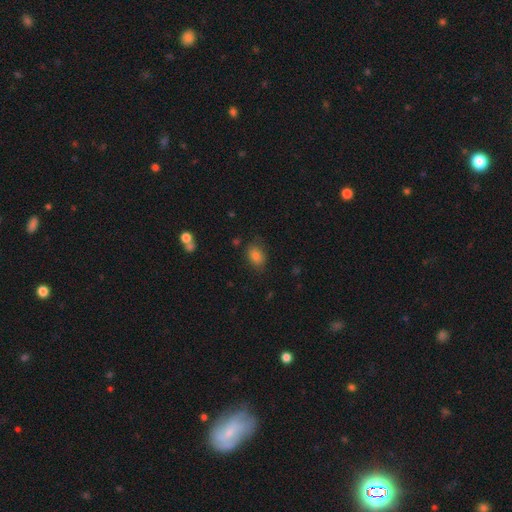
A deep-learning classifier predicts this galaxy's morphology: This appears to be a smooth galaxy with no disk features (82%) that is in between round and cigar-shaped (79%). Merging: none (76%).